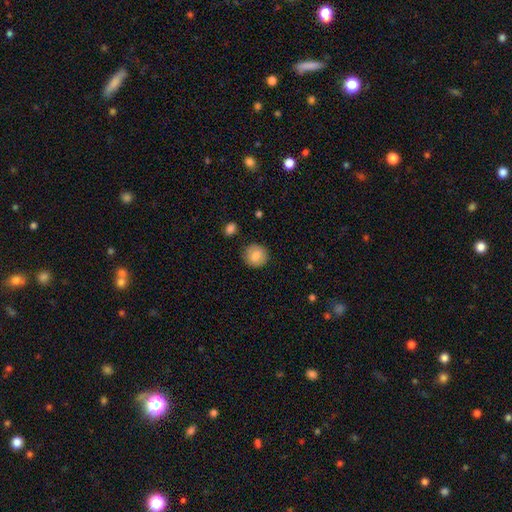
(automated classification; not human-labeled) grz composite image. It shows a smooth galaxy with no disk features (85%) that is round (90%). Merging: none (89%).